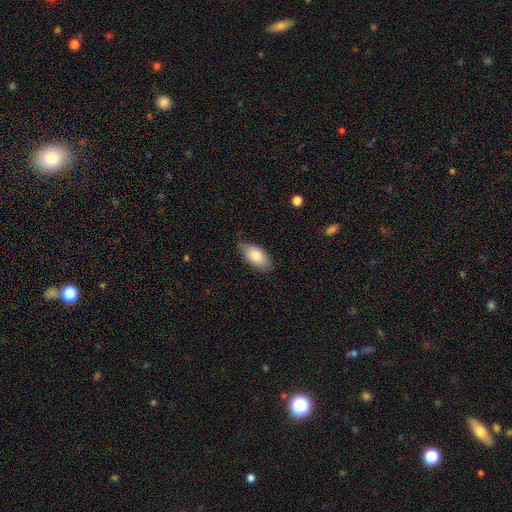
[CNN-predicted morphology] A smooth galaxy with no disk features (82%) that is in between round and cigar-shaped (93%). Merging: none (70%).